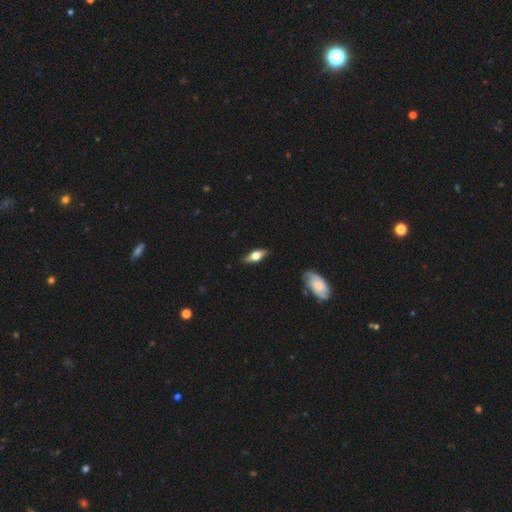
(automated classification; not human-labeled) A featured or disk galaxy (56%) viewed edge-on (89%).

Vote fractions:
- Smooth or featured? featured or disk: 56% / smooth: 38% / star or artifact: 6%
- Edge-on disk? yes: 89% / no: 11%
- Merging? none: 83% / minor disturbance: 13% / major disturbance: 3% / merger: 1%